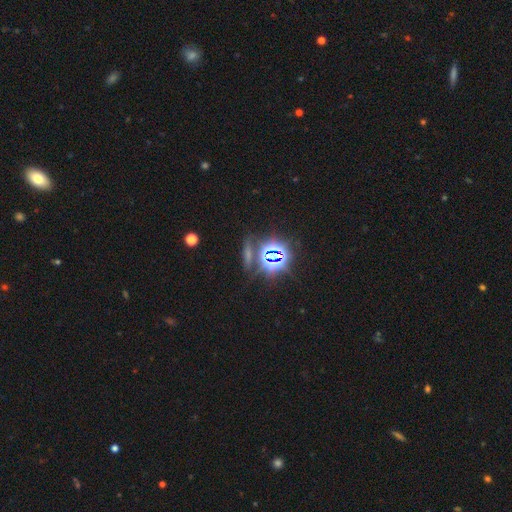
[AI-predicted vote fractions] A star or artifact, not a galaxy (79%).

Vote fractions:
- Smooth or featured? star or artifact: 79% / smooth: 13% / featured or disk: 8%